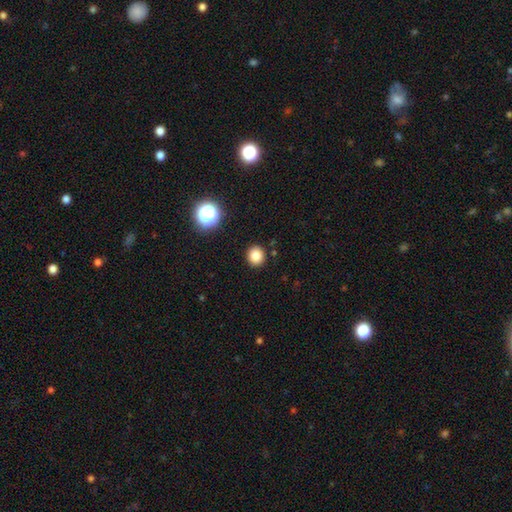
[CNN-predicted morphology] Smooth or featured?
  - smooth: 83% *
  - star or artifact: 12%
  - featured or disk: 5%
How rounded?
  - round: 87% *
  - in between: 12%
  - cigar-shaped: 1%
Merging?
  - none: 91% *
  - minor disturbance: 6%
  - major disturbance: 2%
  - merger: 2%